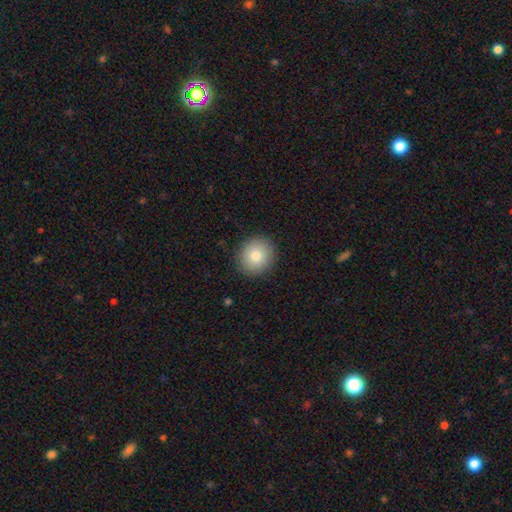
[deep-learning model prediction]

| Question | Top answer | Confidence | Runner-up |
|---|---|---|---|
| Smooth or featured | smooth | 80% | featured or disk (10%) |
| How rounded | round | 86% | in between (13%) |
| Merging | none | 90% | minor disturbance (7%) |